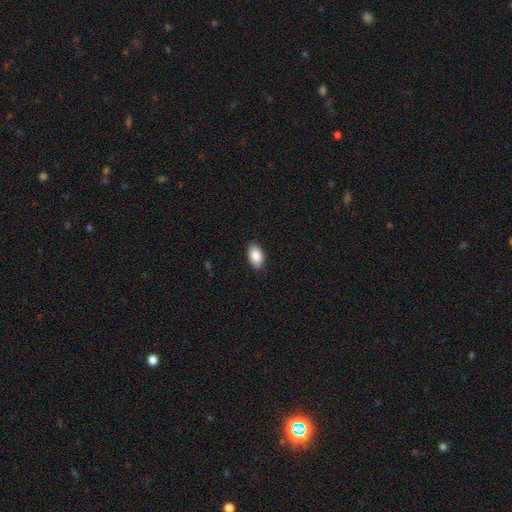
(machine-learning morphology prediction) Smooth or featured? smooth (88%)
How rounded? in between (94%)
Merging? none (87%)